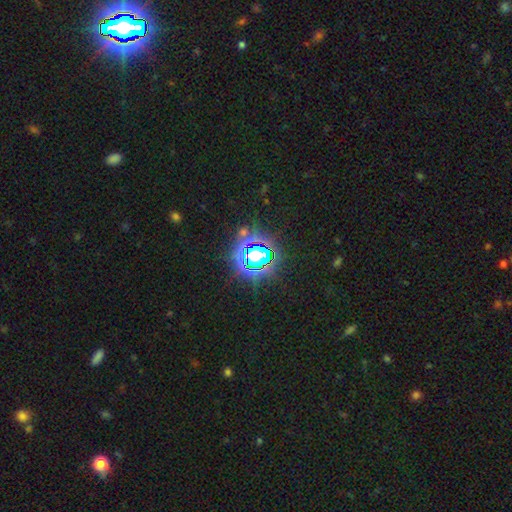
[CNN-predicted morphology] Smooth or featured? Predicted: star or artifact (p=0.73).